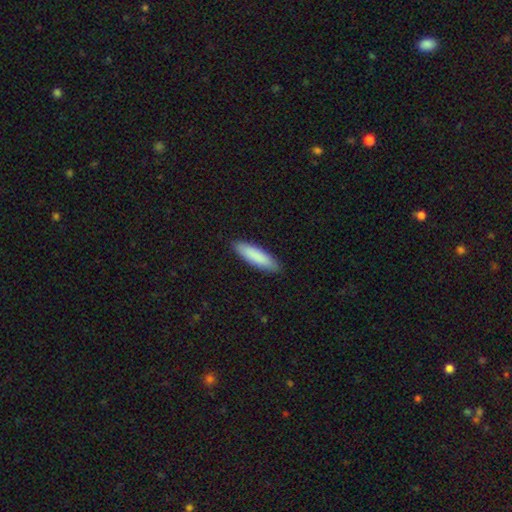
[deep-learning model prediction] smooth_or_featured: smooth (p=0.87) [alt: featured or disk p=0.08]
how_rounded: cigar-shaped (p=0.67) [alt: in between p=0.32]
merging: none (p=0.89) [alt: minor disturbance p=0.08]